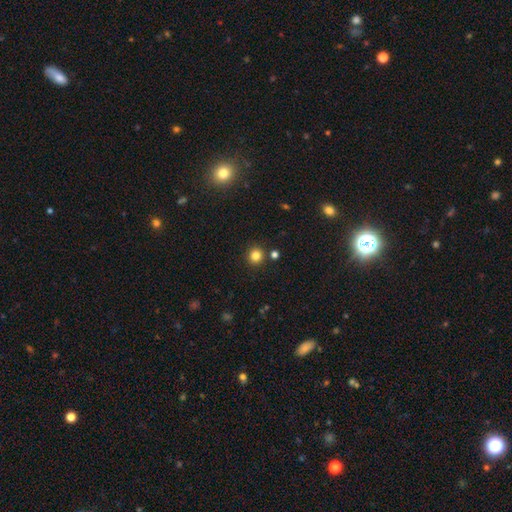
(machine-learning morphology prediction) smooth-or-featured: smooth: 82% | star or artifact: 13% | featured or disk: 5%
  how-rounded: round: 92% | in between: 7% | cigar-shaped: 1%
  merging: none: 88% | minor disturbance: 6% | merger: 4% | major disturbance: 2%